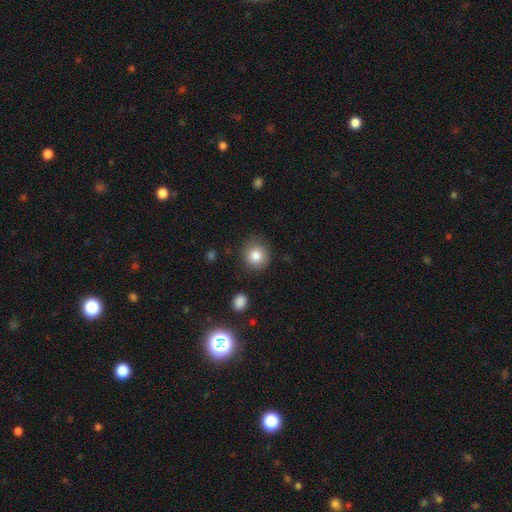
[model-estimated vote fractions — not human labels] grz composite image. It shows a smooth galaxy with no disk features (83%) that is round (87%). Merging: none (85%).